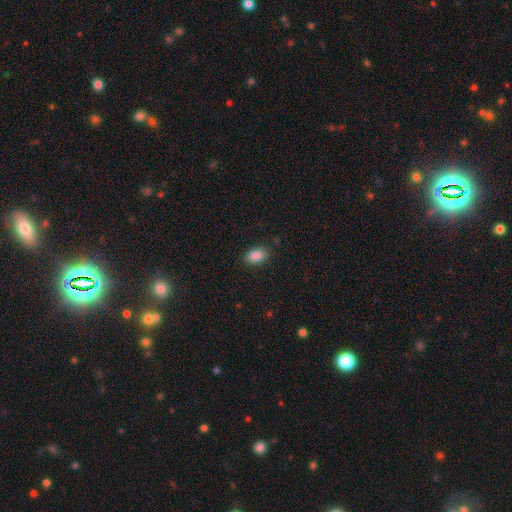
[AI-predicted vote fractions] smooth_or_featured: smooth (p=0.87) [alt: star or artifact p=0.09]
how_rounded: in between (p=0.87) [alt: round p=0.12]
merging: none (p=0.86) [alt: minor disturbance p=0.10]